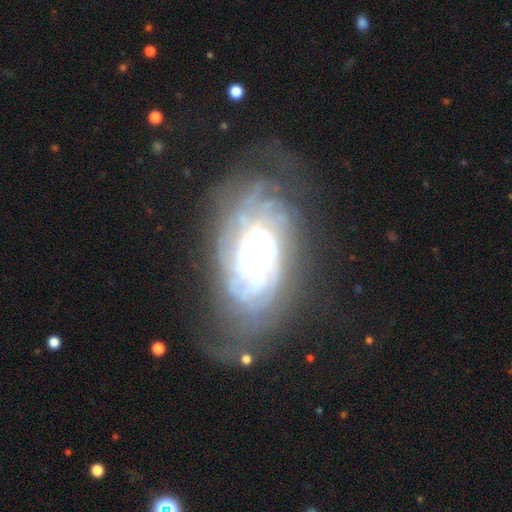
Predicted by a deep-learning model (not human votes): Smooth or featured: featured or disk — 85% (smooth — 9%)
Edge-on disk: no — 95% (yes — 5%)
Bar: no — 75% (weak — 18%)
Spiral arms: yes — 92% (no — 8%)
Spiral winding: tight — 75% (medium — 19%)
Spiral arm count: can't tell — 46% (more than 4 — 14%)
Bulge size: small — 56% (moderate — 35%)
Merging: none — 61% (minor disturbance — 21%)